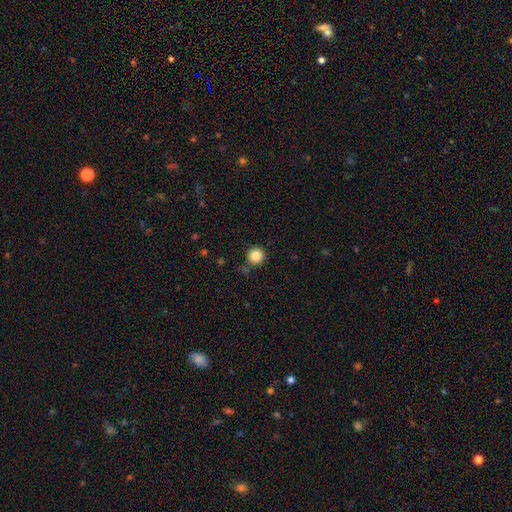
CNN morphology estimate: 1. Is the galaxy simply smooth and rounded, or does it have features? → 85% smooth, 11% star or artifact, 5% featured or disk.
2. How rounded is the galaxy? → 95% round, 4% in between, 1% cigar-shaped.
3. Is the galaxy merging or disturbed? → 85% none, 9% minor disturbance, 4% merger, 3% major disturbance.